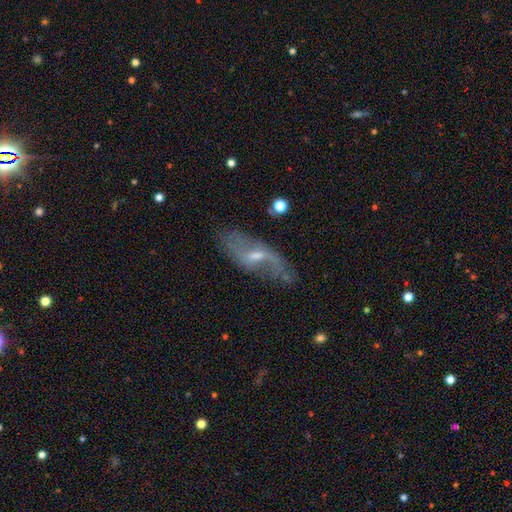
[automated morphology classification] This appears to be a featured or disk galaxy (72%) with a weak bar (50%), 2 (75%) loose (68%) spiral arms (82%) and a small central bulge (54%). Merging: none (68%).